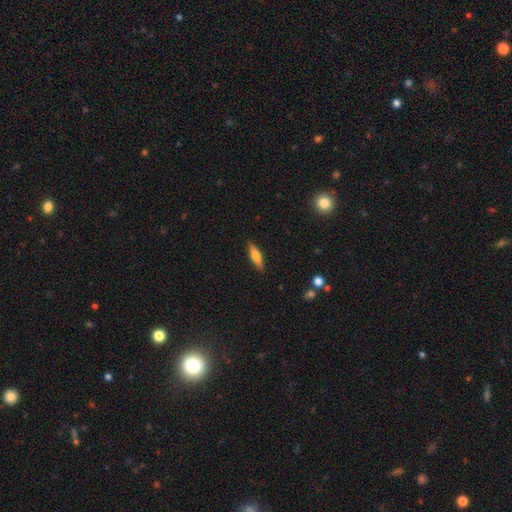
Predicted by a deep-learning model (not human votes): The model was most divided on "smooth or featured": smooth: 64%, featured or disk: 29%, star or artifact: 6%. More confident: merging — none (88%); how rounded — cigar-shaped (68%).